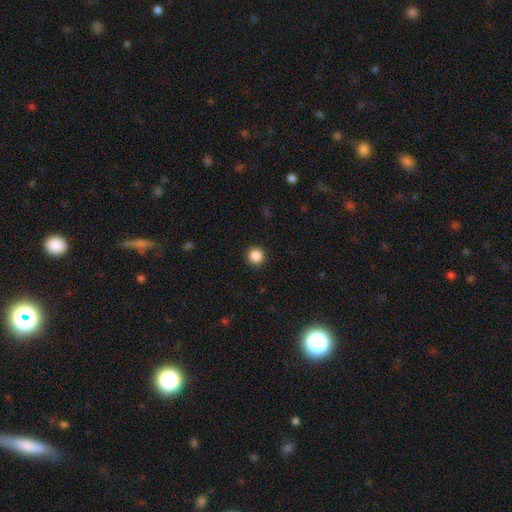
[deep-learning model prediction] Smooth or featured? smooth (87%)
How rounded? round (95%)
Merging? none (93%)